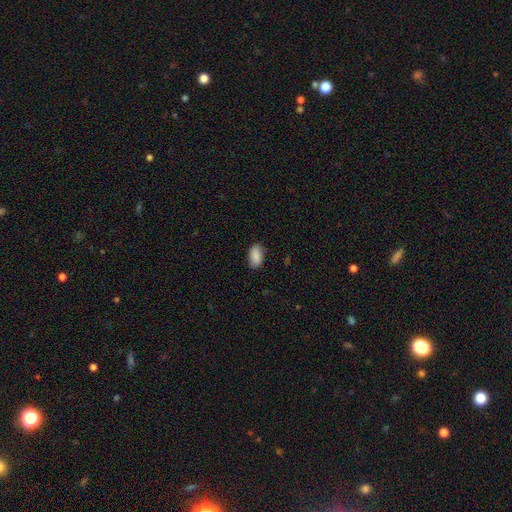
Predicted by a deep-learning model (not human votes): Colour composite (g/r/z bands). It shows a smooth galaxy with no disk features (87%) that is in between round and cigar-shaped (93%). Merging: none (84%).